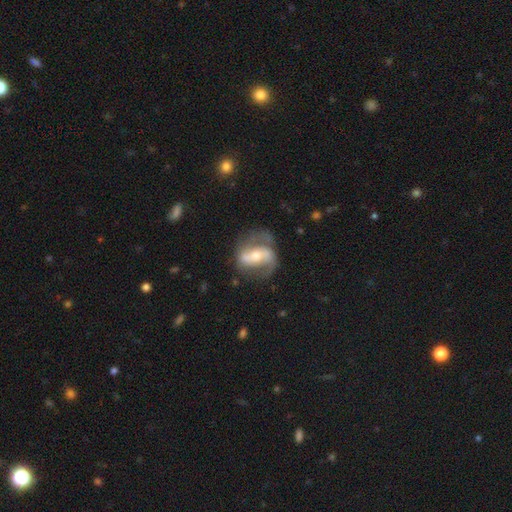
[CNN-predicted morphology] smooth-or-featured: featured or disk: 79% | smooth: 15% | star or artifact: 6%
  disk-edge-on: no: 95% | yes: 5%
    bar: strong: 46% | weak: 30% | no: 24%
    has-spiral-arms: yes: 87% | no: 13%
      spiral-winding: medium: 45% | loose: 36% | tight: 19%
      spiral-arm-count: 2: 84% | can't tell: 7% | 1: 5% | 3: 2% | 4: 1% | more than 4: 1%
    bulge-size: moderate: 50% | small: 43% | large: 4% | none: 2% | dominant: 1%
  merging: none: 62% | minor disturbance: 20% | major disturbance: 16% | merger: 3%